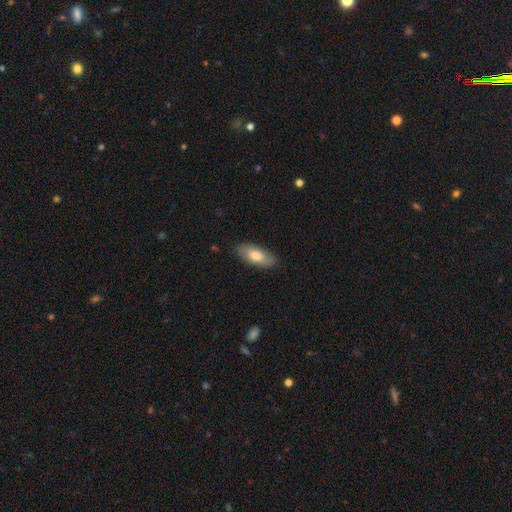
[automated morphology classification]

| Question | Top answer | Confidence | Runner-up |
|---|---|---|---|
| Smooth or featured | smooth | 74% | featured or disk (20%) |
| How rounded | in between | 86% | cigar-shaped (11%) |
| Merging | none | 84% | minor disturbance (12%) |